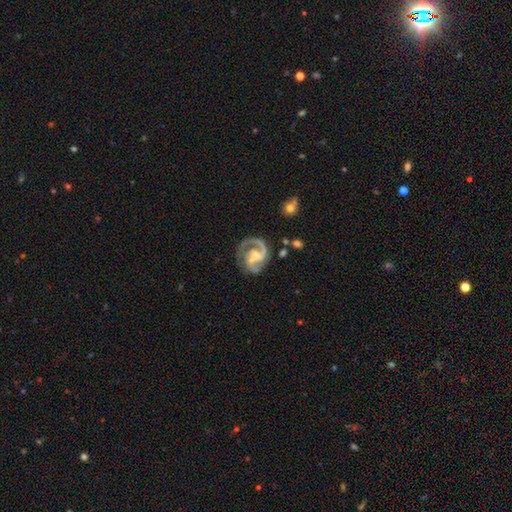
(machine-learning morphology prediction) Smooth or featured? Predicted: featured or disk (p=0.91). Edge-on disk? Predicted: no (p=0.98). Bar? Predicted: no (p=0.50). Spiral arms? Predicted: yes (p=0.98). Spiral winding? Predicted: medium (p=0.57). Spiral arm count? Predicted: 2 (p=0.83). Bulge size? Predicted: small (p=0.55). Merging? Predicted: none (p=0.68).